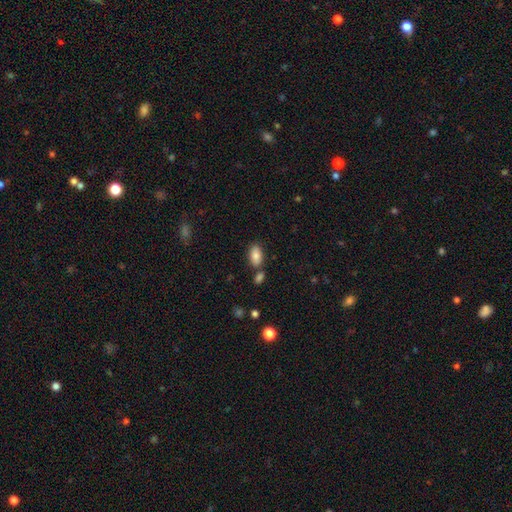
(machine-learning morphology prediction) smooth_or_featured: smooth (p=0.84) [alt: featured or disk p=0.08]
how_rounded: in between (p=0.94) [alt: round p=0.04]
merging: none (p=0.71) [alt: merger p=0.14]